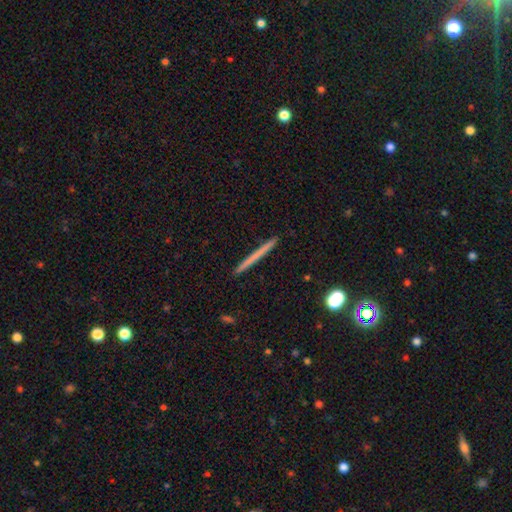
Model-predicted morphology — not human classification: smooth_or_featured: smooth (p=0.54) [alt: featured or disk p=0.39]
how_rounded: cigar-shaped (p=0.96) [alt: round p=0.02]
merging: none (p=0.93) [alt: minor disturbance p=0.05]